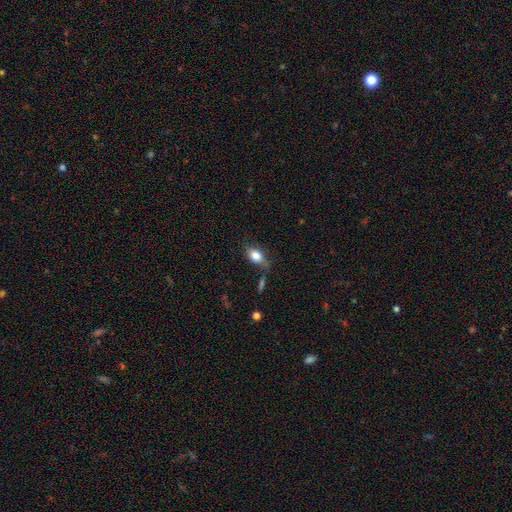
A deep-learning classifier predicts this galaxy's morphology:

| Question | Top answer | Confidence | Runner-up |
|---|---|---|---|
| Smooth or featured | smooth | 81% | featured or disk (11%) |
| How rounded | in between | 84% | round (12%) |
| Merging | none | 61% | minor disturbance (23%) |